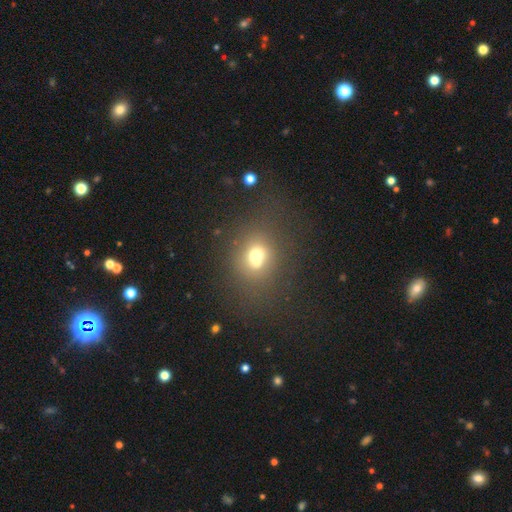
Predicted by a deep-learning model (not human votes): Q: Smooth or featured?
A: smooth (64%); runner-up: featured or disk (19%)
Q: How rounded?
A: round (70%); runner-up: in between (29%)
Q: Merging?
A: none (44%); runner-up: merger (39%)